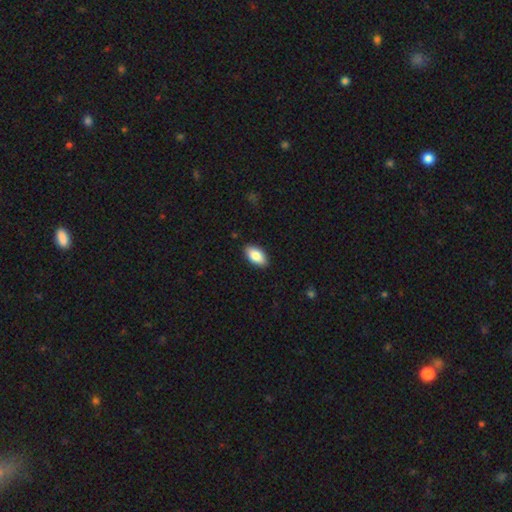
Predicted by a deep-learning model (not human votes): This appears to be a smooth galaxy with no disk features (84%) that is in between round and cigar-shaped (92%). Merging: none (89%).